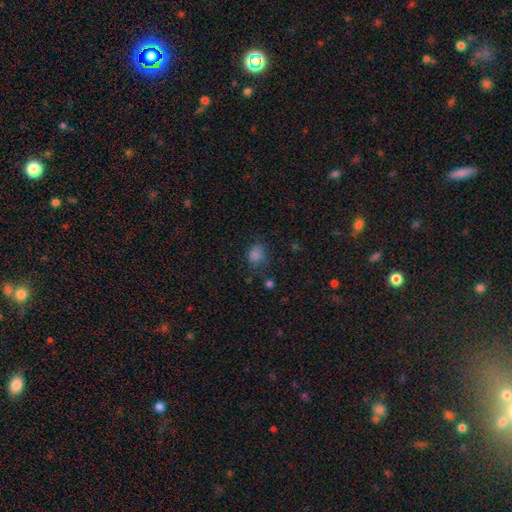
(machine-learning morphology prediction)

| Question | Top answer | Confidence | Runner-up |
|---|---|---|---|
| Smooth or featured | smooth | 79% | star or artifact (15%) |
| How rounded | round | 51% | in between (48%) |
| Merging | none | 62% | minor disturbance (24%) |